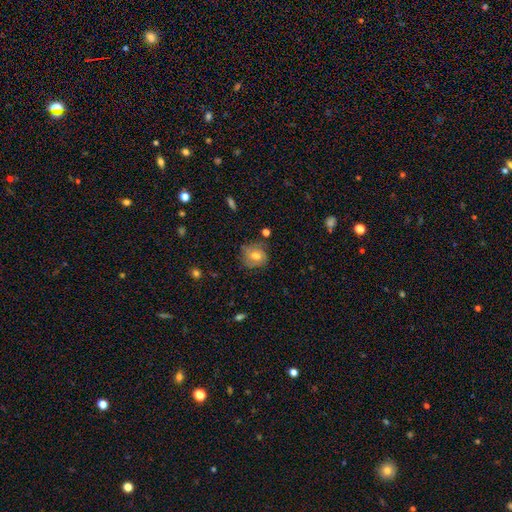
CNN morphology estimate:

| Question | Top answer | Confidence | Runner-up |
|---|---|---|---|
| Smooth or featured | smooth | 61% | featured or disk (29%) |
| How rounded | round | 82% | in between (17%) |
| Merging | none | 72% | minor disturbance (20%) |